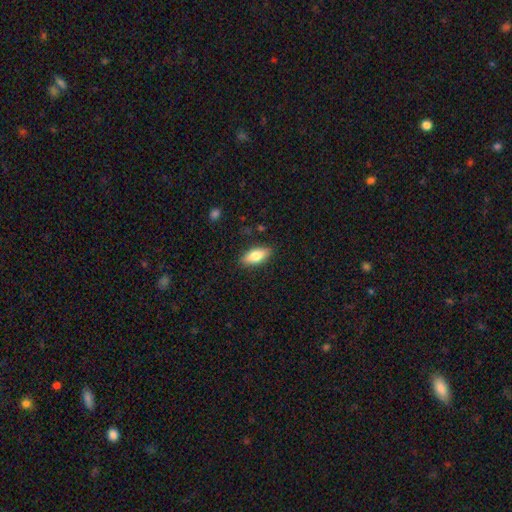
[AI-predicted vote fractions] Morphology: type=smooth (76%); roundness=in between (81%); merging=none (87%).